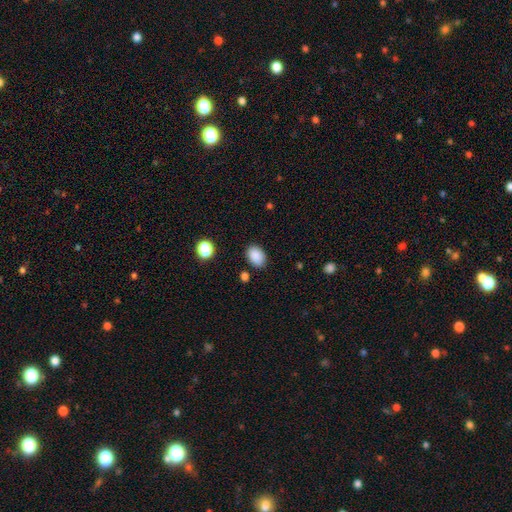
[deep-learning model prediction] The model was most divided on "how rounded": in between: 83%, round: 16%, cigar-shaped: 1%. More confident: smooth or featured — smooth (88%); merging — none (84%).